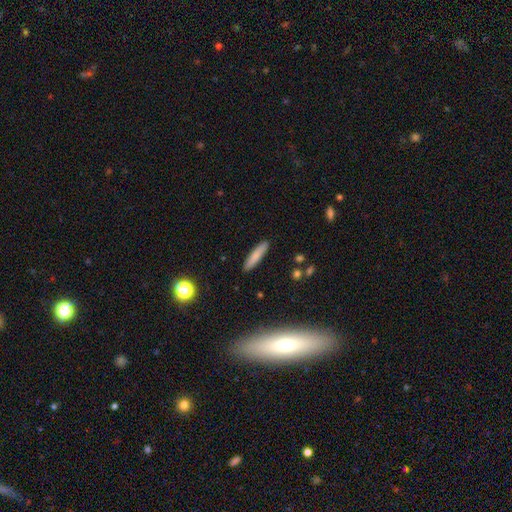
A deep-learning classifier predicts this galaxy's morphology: Q: Smooth or featured?
A: smooth (80%); runner-up: featured or disk (13%)
Q: How rounded?
A: cigar-shaped (83%); runner-up: in between (15%)
Q: Merging?
A: none (90%); runner-up: minor disturbance (7%)